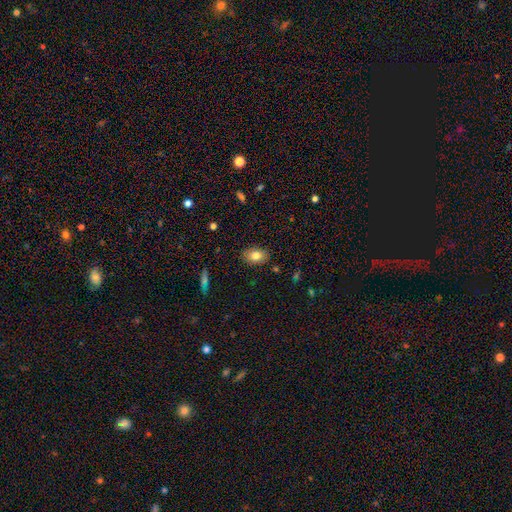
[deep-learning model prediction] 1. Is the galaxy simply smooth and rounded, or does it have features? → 79% smooth, 13% featured or disk, 8% star or artifact.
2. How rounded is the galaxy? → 85% in between, 14% round, 2% cigar-shaped.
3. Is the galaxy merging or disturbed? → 87% none, 10% minor disturbance, 2% major disturbance, 1% merger.